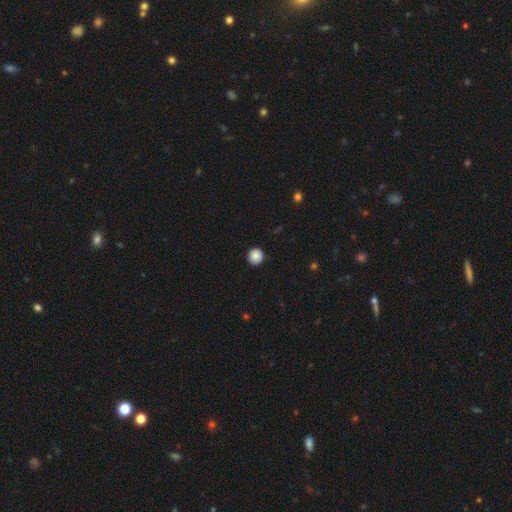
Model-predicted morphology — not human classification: Overall: smooth (88%). How rounded: round (94%). Merging: none (92%).